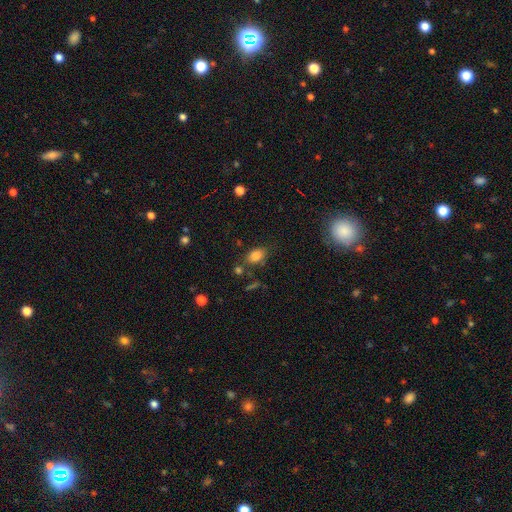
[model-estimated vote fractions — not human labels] Q: Smooth or featured?
A: smooth (82%); runner-up: star or artifact (12%)
Q: How rounded?
A: in between (81%); runner-up: round (17%)
Q: Merging?
A: none (69%); runner-up: minor disturbance (17%)